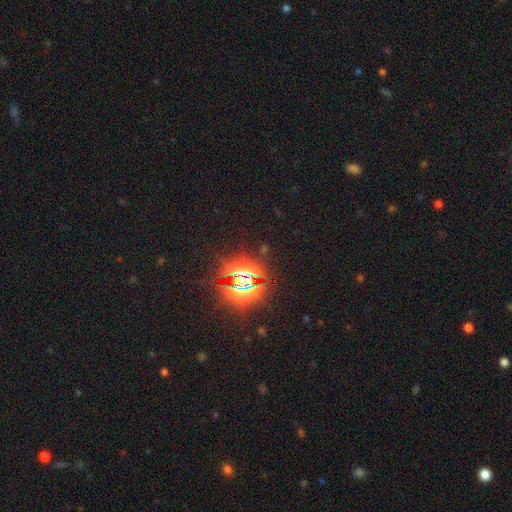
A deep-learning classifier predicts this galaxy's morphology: star or artifact 86%, smooth 9%, featured or disk 6%.